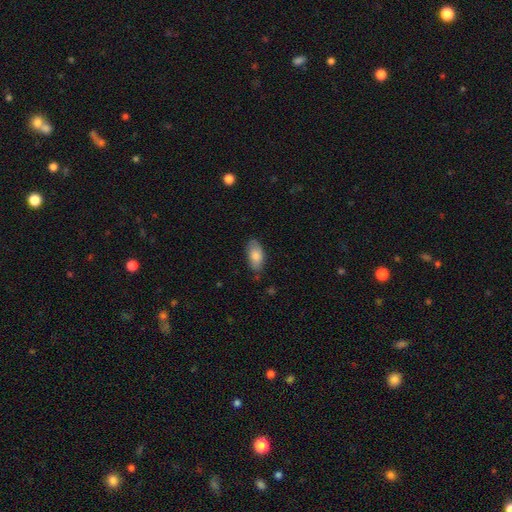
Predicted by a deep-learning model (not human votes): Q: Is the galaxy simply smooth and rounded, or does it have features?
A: smooth — 77%.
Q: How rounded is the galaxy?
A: in between — 93%.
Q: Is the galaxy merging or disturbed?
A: none — 74%.